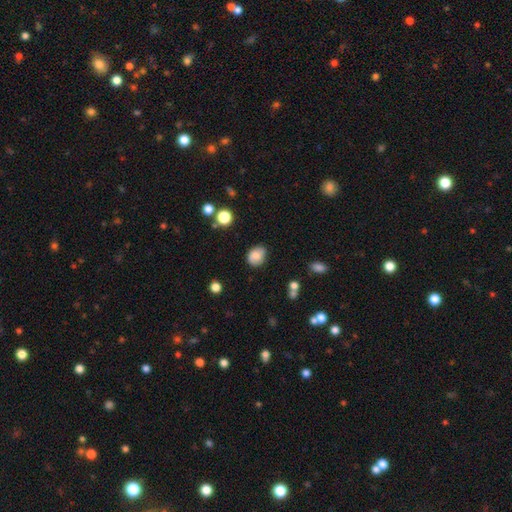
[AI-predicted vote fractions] Overall: smooth (78%). How rounded: in between (57%; round 42%). Merging: none (76%).